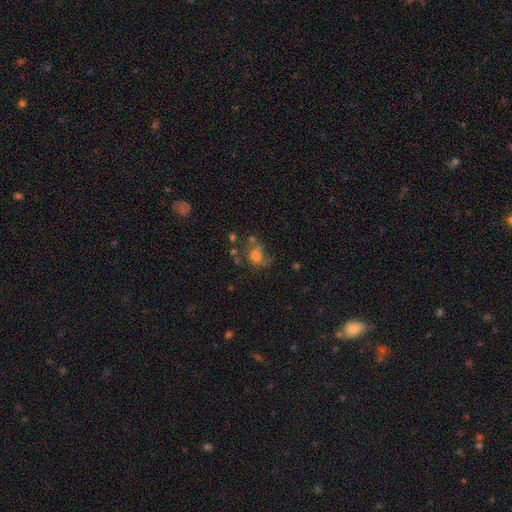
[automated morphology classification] smooth_or_featured: smooth (p=0.64) [alt: featured or disk p=0.22]
how_rounded: round (p=0.60) [alt: in between p=0.39]
merging: none (p=0.39) [alt: minor disturbance p=0.24]